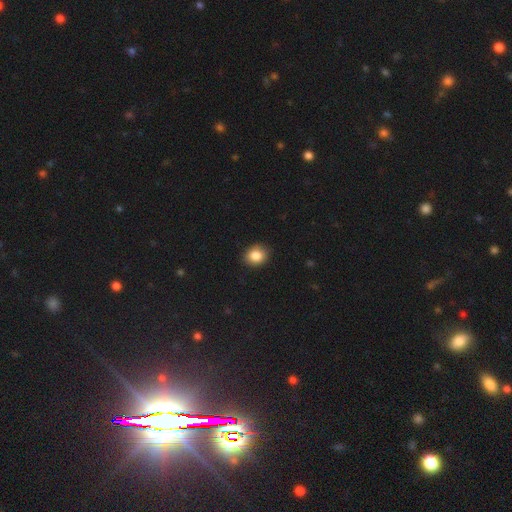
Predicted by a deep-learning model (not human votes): Q: Smooth or featured?
A: smooth (85%); runner-up: star or artifact (9%)
Q: How rounded?
A: round (59%); runner-up: in between (40%)
Q: Merging?
A: none (88%); runner-up: minor disturbance (9%)